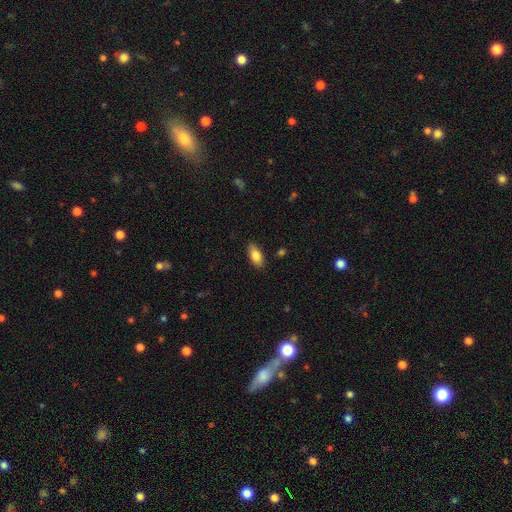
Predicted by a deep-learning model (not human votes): Smooth or featured? smooth (81%)
How rounded? in between (87%)
Merging? none (86%)